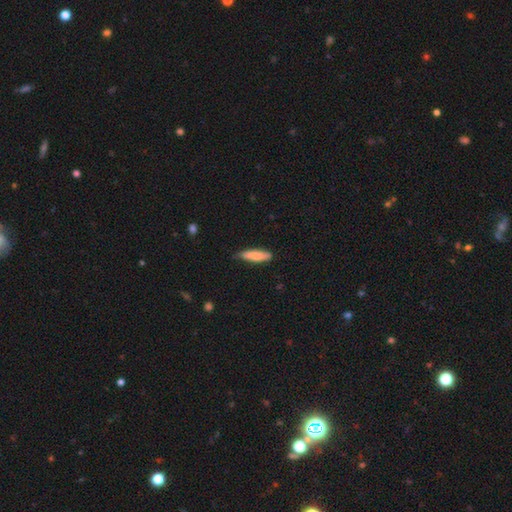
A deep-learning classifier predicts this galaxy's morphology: Smooth or featured? smooth (79%)
How rounded? cigar-shaped (69%)
Merging? none (68%)